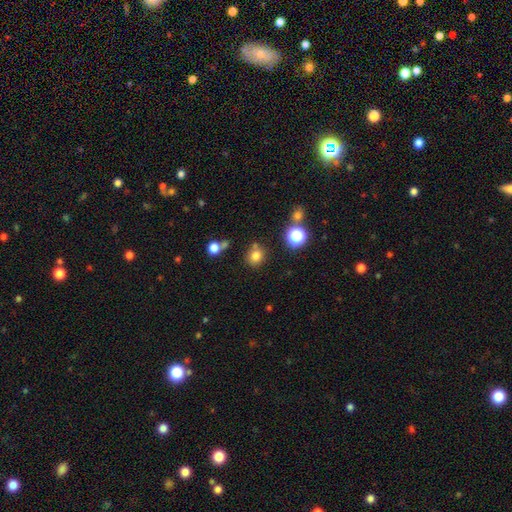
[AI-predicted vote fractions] The model was most divided on "merging": none: 74%, minor disturbance: 12%, merger: 11%, major disturbance: 4%. More confident: how rounded — round (83%); smooth or featured — smooth (78%).